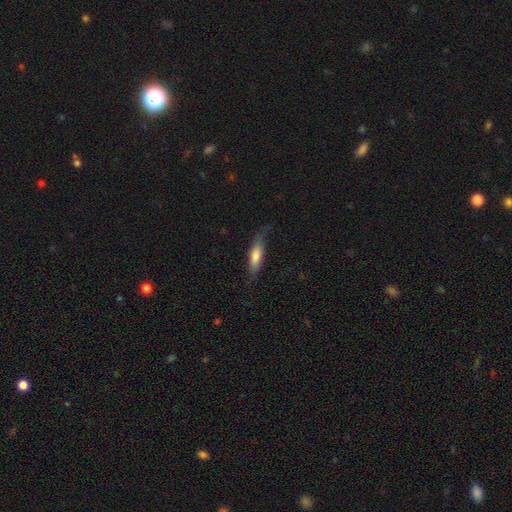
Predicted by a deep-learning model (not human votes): Smooth or featured? smooth (65%)
How rounded? cigar-shaped (61%)
Merging? none (64%)